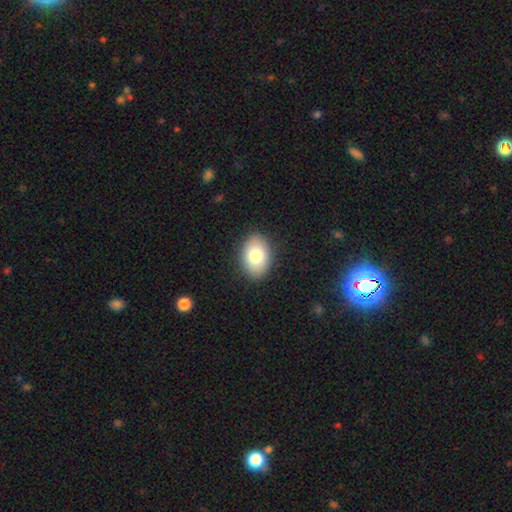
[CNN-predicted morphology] type=smooth (80%); roundness=in between (82%); merging=none (88%).